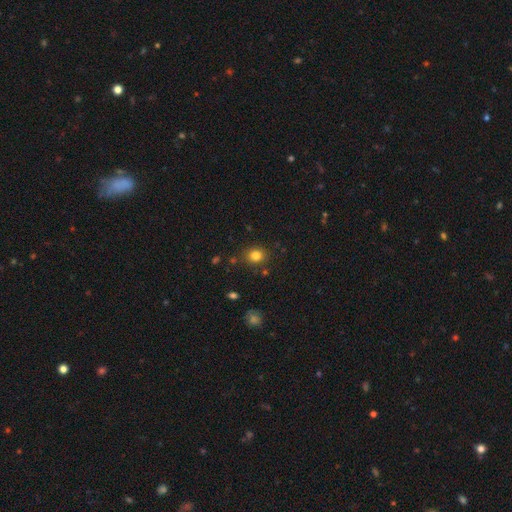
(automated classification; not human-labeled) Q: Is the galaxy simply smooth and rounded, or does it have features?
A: smooth — 81%.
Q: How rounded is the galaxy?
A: round — 73%.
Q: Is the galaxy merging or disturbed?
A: none — 84%.